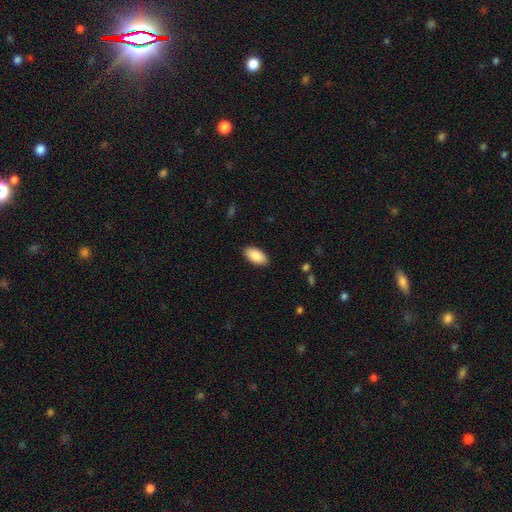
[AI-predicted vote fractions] The model was most divided on "merging": none: 89%, minor disturbance: 8%, major disturbance: 2%, merger: 1%. More confident: how rounded — in between (95%); smooth or featured — smooth (89%).